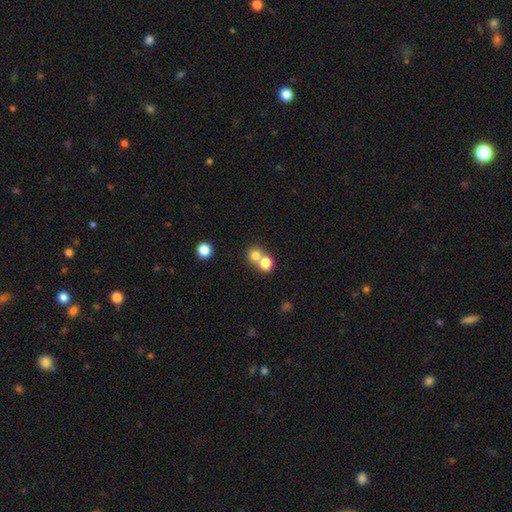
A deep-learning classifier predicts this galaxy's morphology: A smooth galaxy with no disk features (76%) that is round (86%). Merging: merger (46%, tied with none).